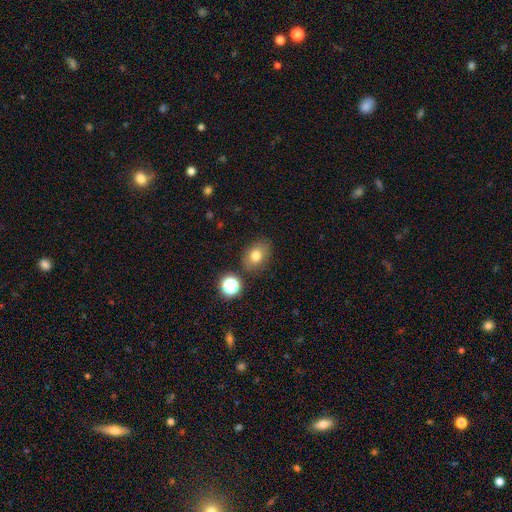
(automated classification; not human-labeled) Smooth or featured? Predicted: smooth (p=0.77). How rounded? Predicted: in between (p=0.64). Merging? Predicted: none (p=0.80).